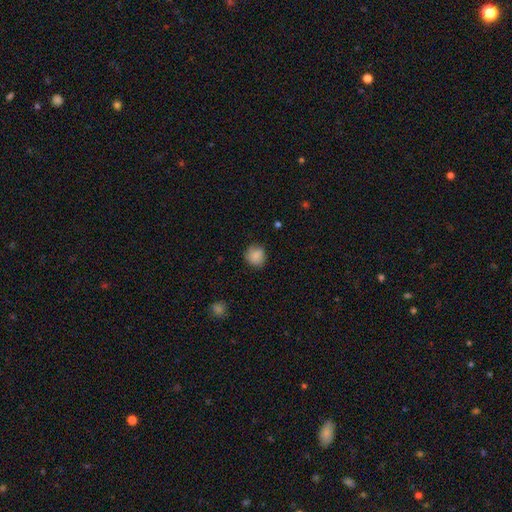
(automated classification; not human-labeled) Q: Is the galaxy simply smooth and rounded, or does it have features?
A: smooth — 85%.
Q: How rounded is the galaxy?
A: round — 84%.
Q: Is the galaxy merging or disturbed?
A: none — 77%.